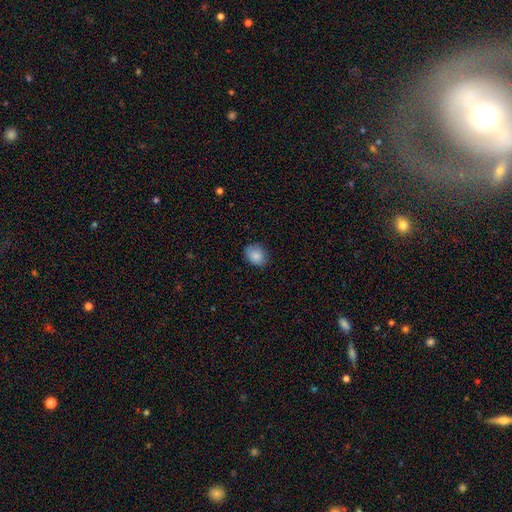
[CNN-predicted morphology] type=smooth (87%); roundness=in between (51%); merging=none (80%).